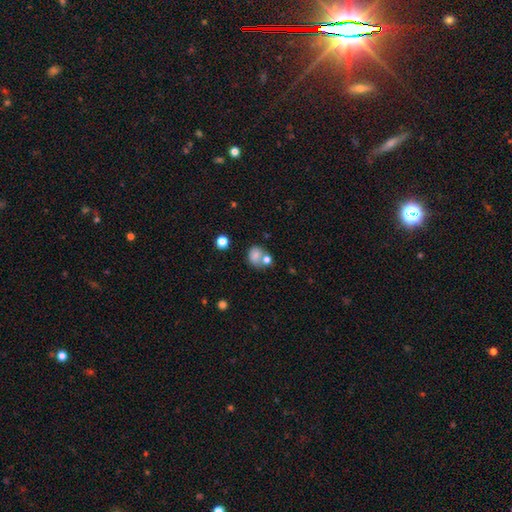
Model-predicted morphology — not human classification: Smooth or featured? Predicted: smooth (p=0.76). How rounded? Predicted: round (p=0.60). Merging? Predicted: none (p=0.44).